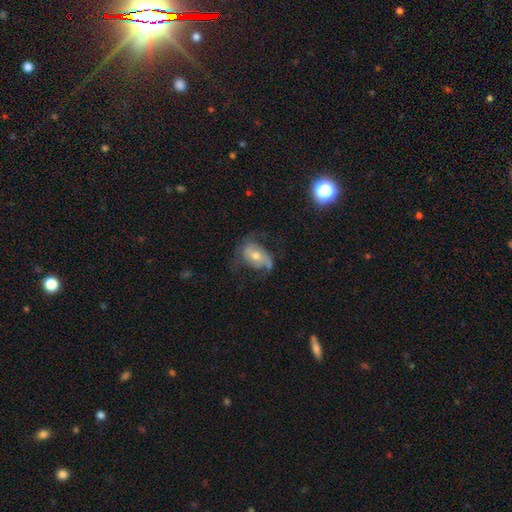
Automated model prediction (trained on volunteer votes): Overall: featured or disk (60%; smooth 31%). Edge-on disk: no (95%). Bar: no (61%; weak 28%). Spiral arms: yes (74%). Bulge size: moderate (63%; small 30%). Merging: none (46%; minor disturbance 28%).